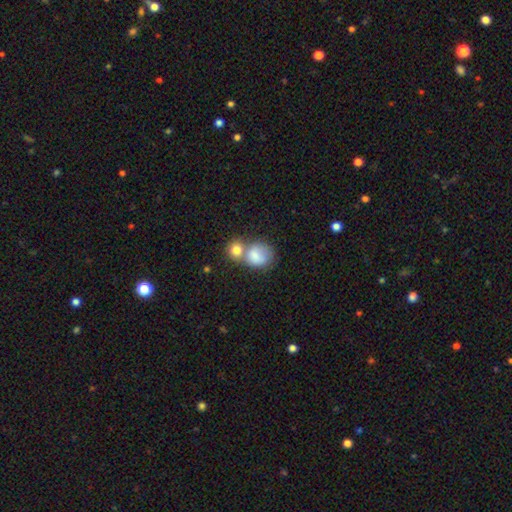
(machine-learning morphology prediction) This is likely a smooth galaxy (79%). How rounded: likely round (63%). Merging: possibly merger (56%).